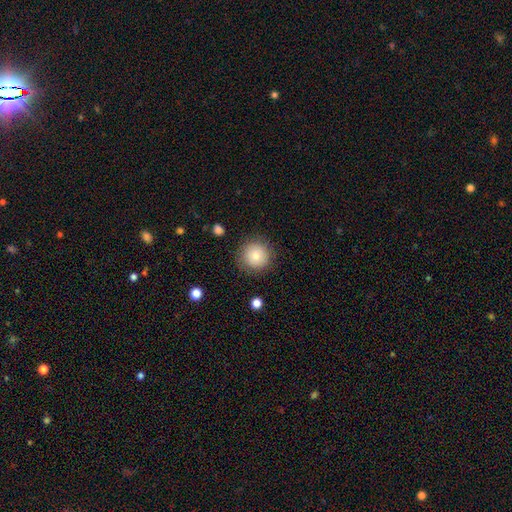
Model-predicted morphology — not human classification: smooth-or-featured: smooth: 80% | featured or disk: 11% | star or artifact: 9%
  how-rounded: round: 95% | in between: 4% | cigar-shaped: 1%
  merging: none: 87% | minor disturbance: 9% | major disturbance: 3% | merger: 1%